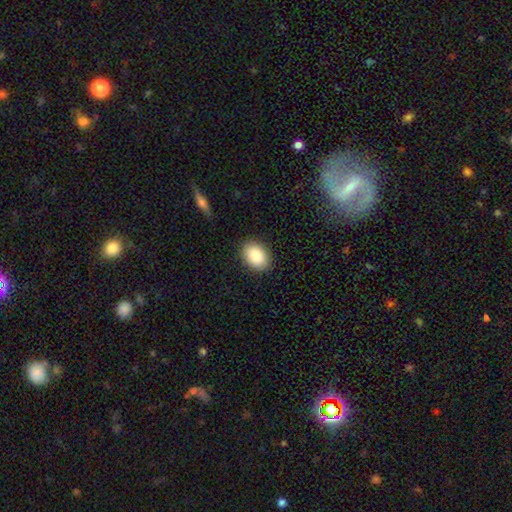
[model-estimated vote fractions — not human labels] This appears to be a smooth galaxy with no disk features (87%) that is in between round and cigar-shaped (80%). Merging: none (89%).